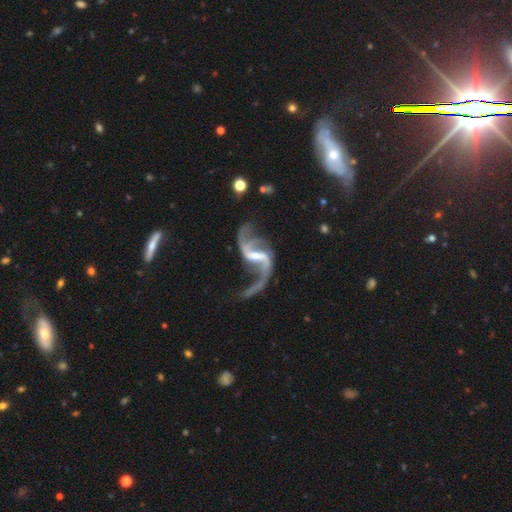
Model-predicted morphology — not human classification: featured or disk 92%, star or artifact 5%, smooth 3%. Down the decision tree: edge-on disk — no (98%); bar — strong (48%); spiral arms — yes (97%); spiral arm count — 2 (85%); spiral winding — loose (83%); bulge size — small (57%); merging — none (52%).